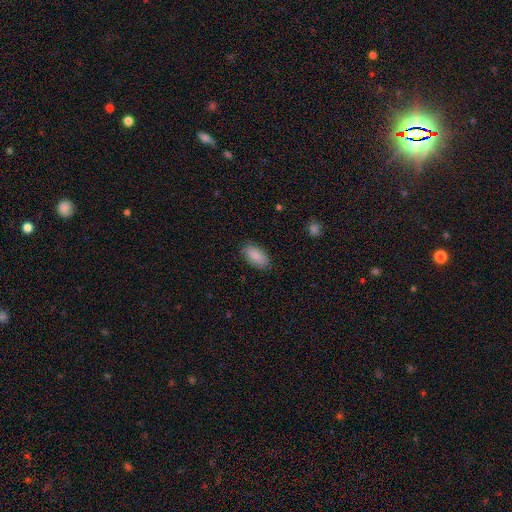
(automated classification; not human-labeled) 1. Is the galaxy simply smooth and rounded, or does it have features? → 88% smooth, 6% star or artifact, 6% featured or disk.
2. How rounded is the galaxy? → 93% in between, 4% cigar-shaped, 3% round.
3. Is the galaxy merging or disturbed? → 85% none, 12% minor disturbance, 3% major disturbance, 1% merger.